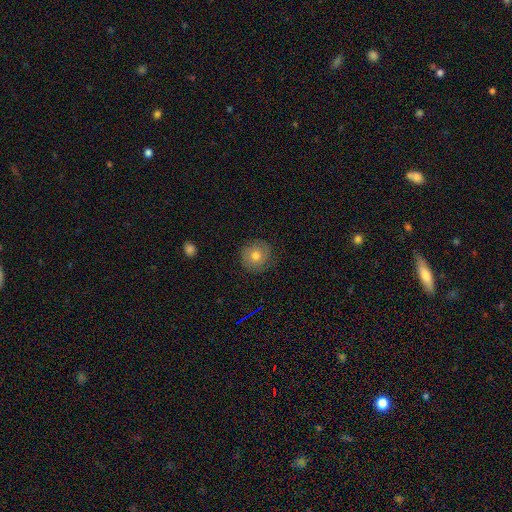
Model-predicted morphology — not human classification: Smooth or featured: smooth — 73% (featured or disk — 17%)
How rounded: round — 94% (in between — 5%)
Merging: none — 85% (minor disturbance — 11%)